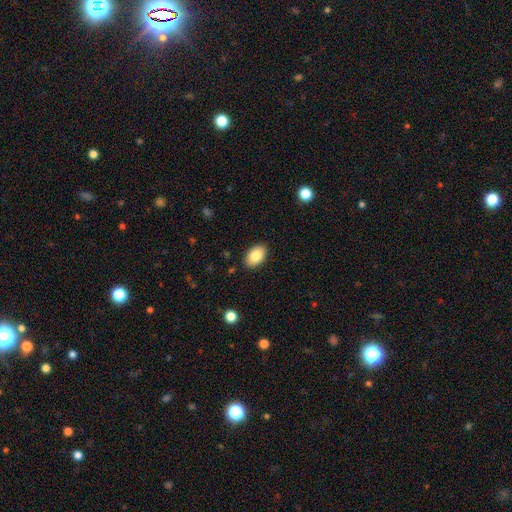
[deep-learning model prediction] Morphology: type=smooth (84%); roundness=in between (91%); merging=none (88%).